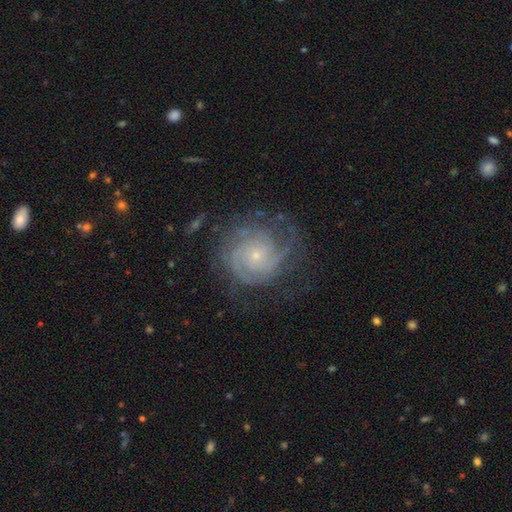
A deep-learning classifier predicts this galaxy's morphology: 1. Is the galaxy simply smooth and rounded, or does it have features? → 84% featured or disk, 9% smooth, 7% star or artifact.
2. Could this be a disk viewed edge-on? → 98% no, 2% yes.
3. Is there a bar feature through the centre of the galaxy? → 78% no, 18% weak, 3% strong.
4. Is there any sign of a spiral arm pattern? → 96% yes, 4% no.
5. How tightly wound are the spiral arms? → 68% tight, 26% medium, 6% loose.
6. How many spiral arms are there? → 29% can't tell, 24% 2, 23% 3, 12% 4, 7% more than 4, 6% 1.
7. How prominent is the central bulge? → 81% small, 14% moderate, 3% none, 1% large, 1% dominant.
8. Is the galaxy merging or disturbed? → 70% none, 18% minor disturbance, 11% major disturbance, 1% merger.